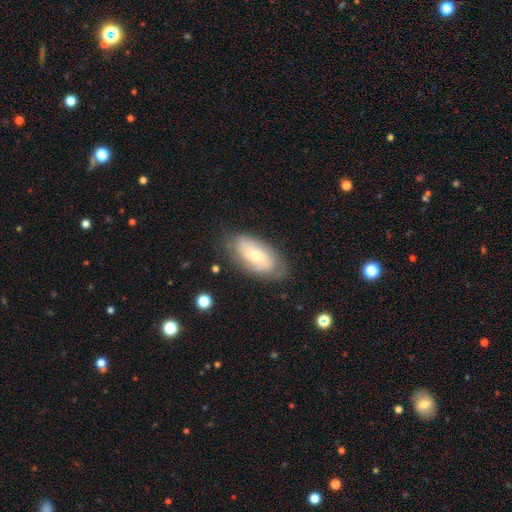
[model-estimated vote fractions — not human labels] Q: Smooth or featured?
A: featured or disk (50%); runner-up: smooth (43%)
Q: Merging?
A: none (74%); runner-up: minor disturbance (19%)